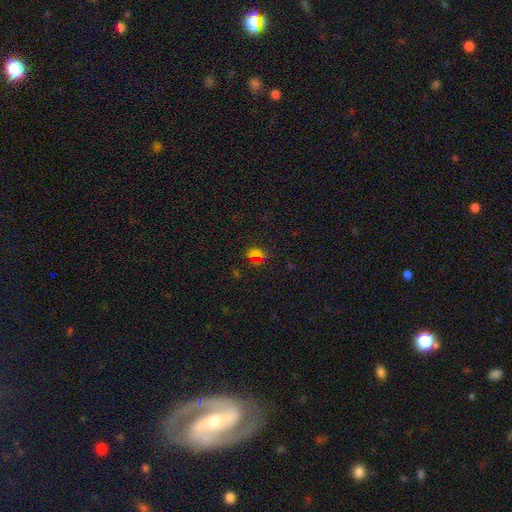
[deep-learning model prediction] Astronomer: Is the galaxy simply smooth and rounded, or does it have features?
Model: smooth — 54% (runner-up: star or artifact, 38%).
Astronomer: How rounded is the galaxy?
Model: in between — 49% (runner-up: round, 47%).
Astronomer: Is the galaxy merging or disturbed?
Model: none — 76%.